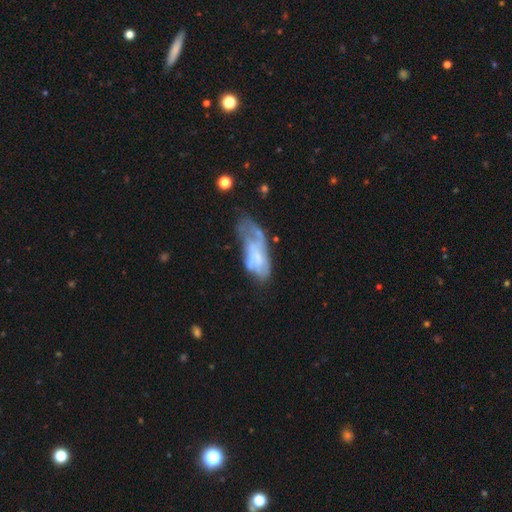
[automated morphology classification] smooth-or-featured: featured or disk: 52% | smooth: 38% | star or artifact: 10%
  disk-edge-on: no: 93% | yes: 7%
  merging: major disturbance: 40% | none: 24% | minor disturbance: 24% | merger: 12%